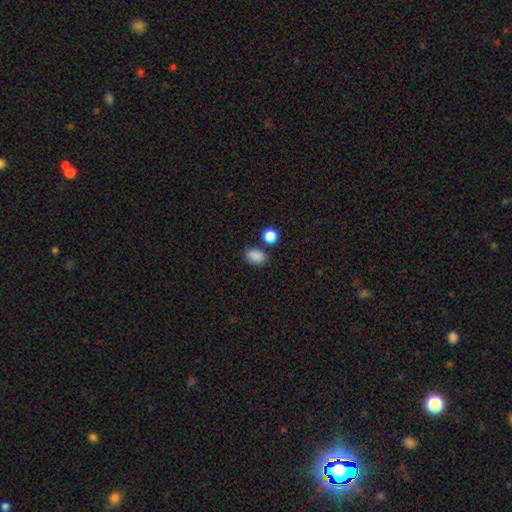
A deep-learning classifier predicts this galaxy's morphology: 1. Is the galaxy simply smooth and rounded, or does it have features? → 87% smooth, 10% star or artifact, 3% featured or disk.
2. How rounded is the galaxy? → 75% in between, 24% round, 1% cigar-shaped.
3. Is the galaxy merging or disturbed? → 78% none, 12% minor disturbance, 7% merger, 3% major disturbance.